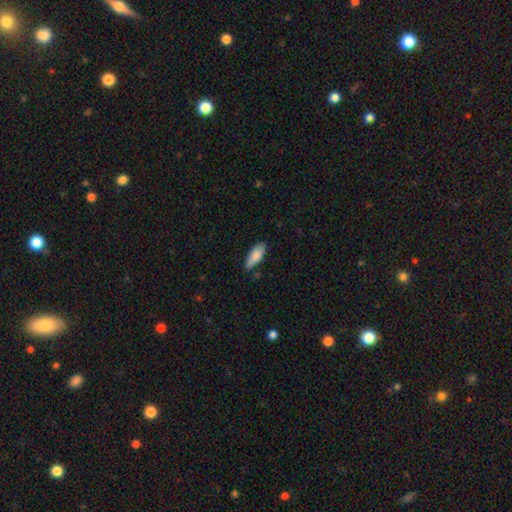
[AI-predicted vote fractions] Smooth or featured? smooth (84%)
How rounded? in between (75%)
Merging? none (75%)